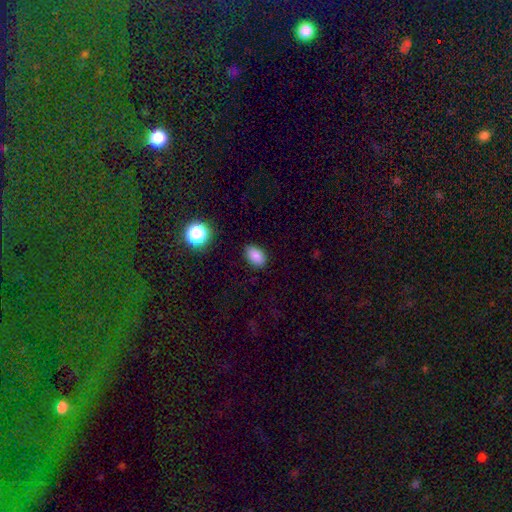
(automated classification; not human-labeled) Smooth or featured: smooth — 85% (star or artifact — 10%)
How rounded: in between — 87% (round — 12%)
Merging: none — 86% (minor disturbance — 10%)